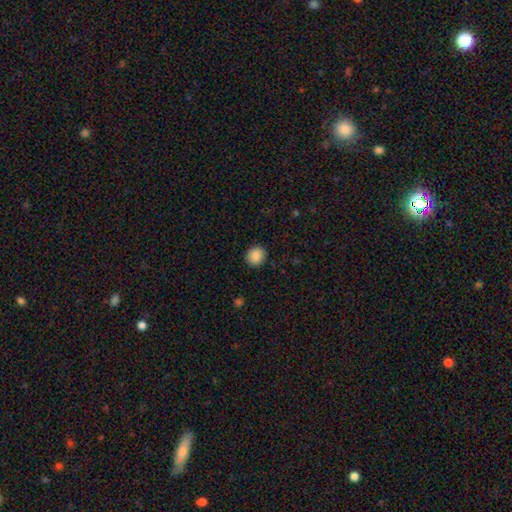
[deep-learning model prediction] Smooth or featured? Predicted: smooth (p=0.88). How rounded? Predicted: round (p=0.87). Merging? Predicted: none (p=0.91).